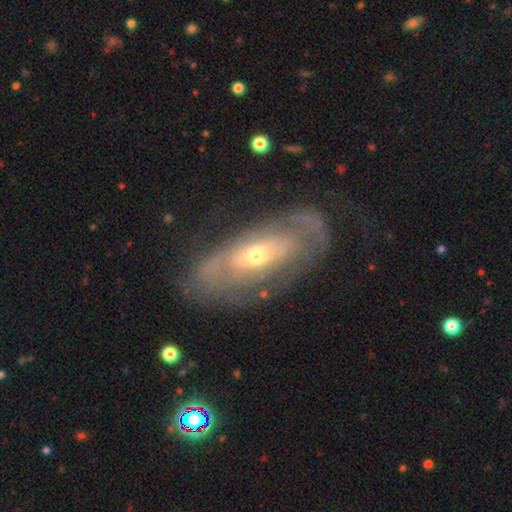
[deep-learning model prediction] Smooth or featured: featured or disk — 72% (smooth — 22%)
Edge-on disk: no — 86% (yes — 14%)
Bar: no — 68% (weak — 22%)
Spiral arms: yes — 59% (no — 41%)
Bulge size: small — 54% (moderate — 41%)
Merging: none — 64% (minor disturbance — 20%)